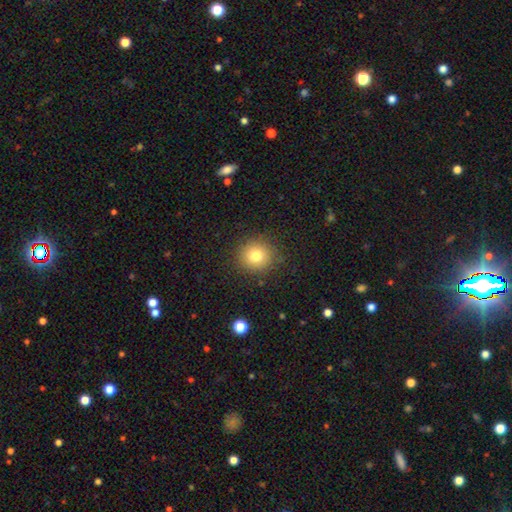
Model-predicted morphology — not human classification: This is likely a smooth galaxy (79%). How rounded: clearly round (91%). Merging: clearly none (89%).